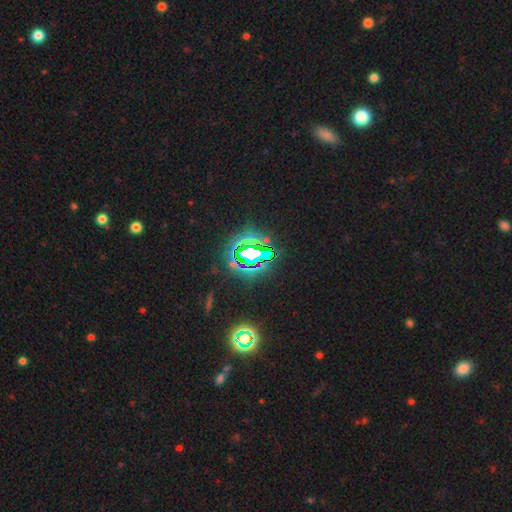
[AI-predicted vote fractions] Smooth or featured? Predicted: star or artifact (p=0.77).